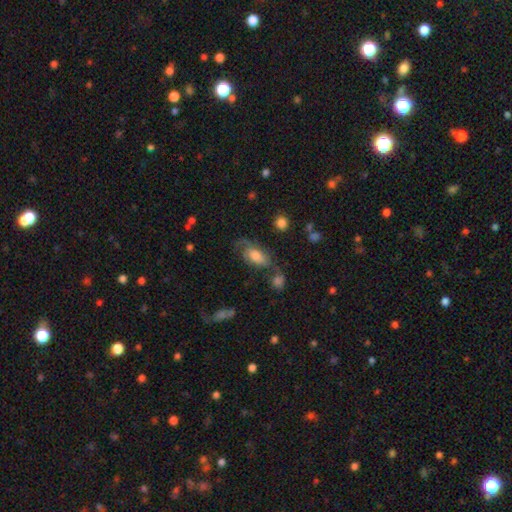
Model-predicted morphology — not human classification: Smooth or featured? Predicted: featured or disk (p=0.50). Merging? Predicted: none (p=0.45).